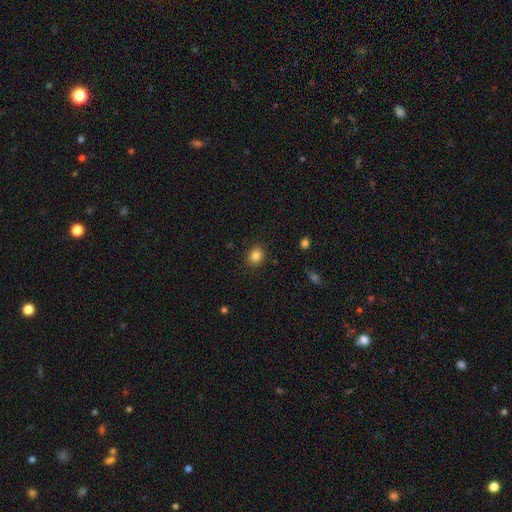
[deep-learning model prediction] smooth-or-featured: smooth: 84% | star or artifact: 11% | featured or disk: 5%
  how-rounded: round: 62% | in between: 37% | cigar-shaped: 1%
  merging: none: 89% | minor disturbance: 8% | major disturbance: 2% | merger: 1%